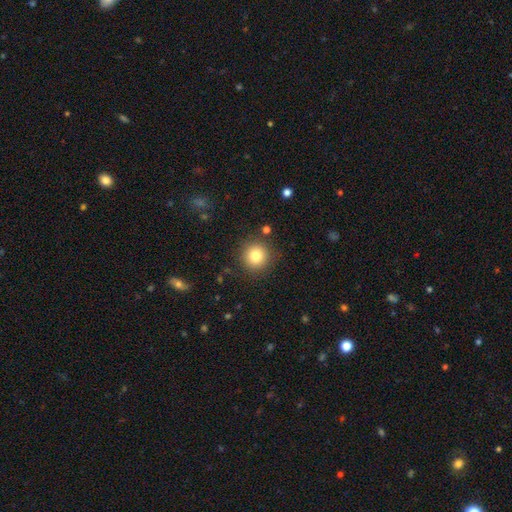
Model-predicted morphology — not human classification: smooth-or-featured: smooth: 81% | star or artifact: 11% | featured or disk: 8%
  how-rounded: round: 94% | in between: 5% | cigar-shaped: 1%
  merging: none: 88% | minor disturbance: 8% | major disturbance: 3% | merger: 2%